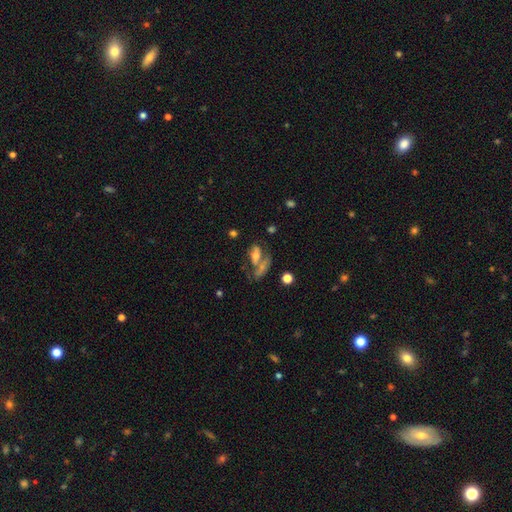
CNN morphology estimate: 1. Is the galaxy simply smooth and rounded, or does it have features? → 51% smooth, 36% featured or disk, 12% star or artifact.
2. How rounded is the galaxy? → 75% in between, 13% cigar-shaped, 12% round.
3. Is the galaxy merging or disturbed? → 45% merger, 28% none, 14% major disturbance, 13% minor disturbance.